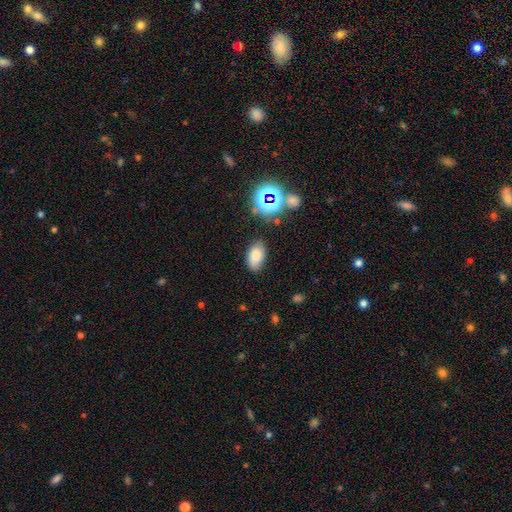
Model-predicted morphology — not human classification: Smooth or featured: smooth — 75% (star or artifact — 14%)
How rounded: in between — 92% (round — 6%)
Merging: none — 78% (minor disturbance — 16%)